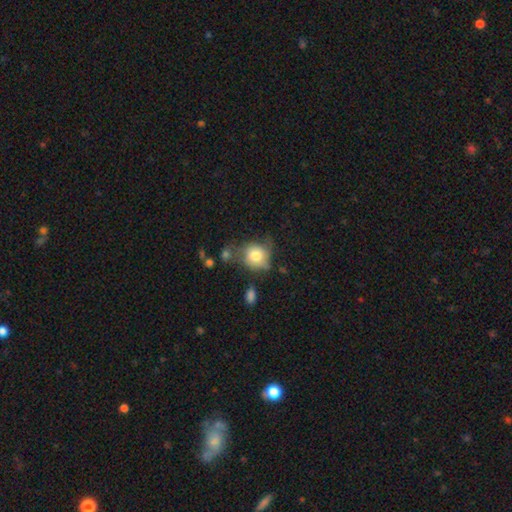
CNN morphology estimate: smooth_or_featured: smooth (p=0.75) [alt: featured or disk p=0.16]
how_rounded: round (p=0.74) [alt: in between p=0.25]
merging: none (p=0.42) [alt: minor disturbance p=0.29]